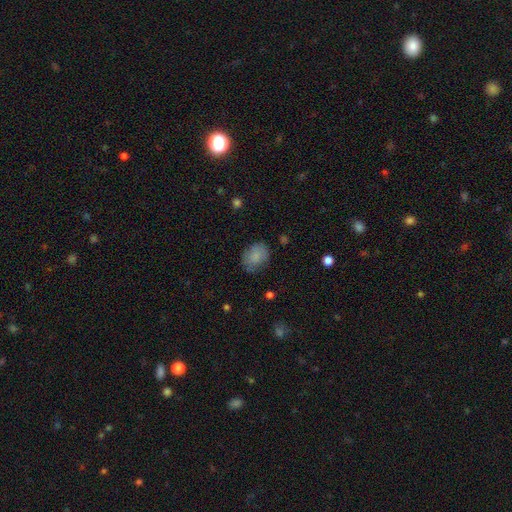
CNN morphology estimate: smooth-or-featured: smooth: 82% | featured or disk: 10% | star or artifact: 8%
  how-rounded: in between: 65% | round: 34% | cigar-shaped: 1%
  merging: none: 72% | minor disturbance: 21% | major disturbance: 6% | merger: 1%